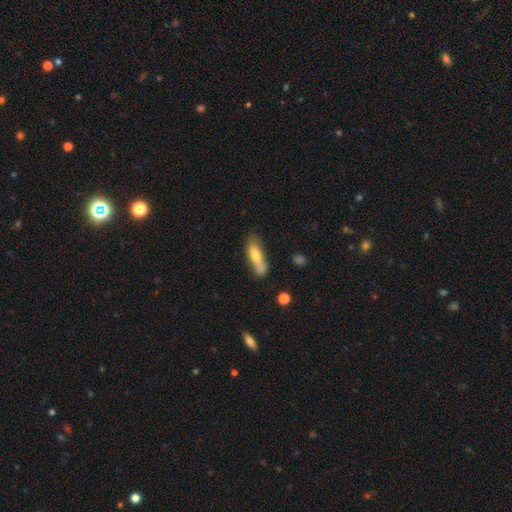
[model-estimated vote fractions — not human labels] Smooth or featured: smooth — 66% (featured or disk — 27%)
How rounded: cigar-shaped — 51% (in between — 46%)
Merging: none — 50% (minor disturbance — 24%)